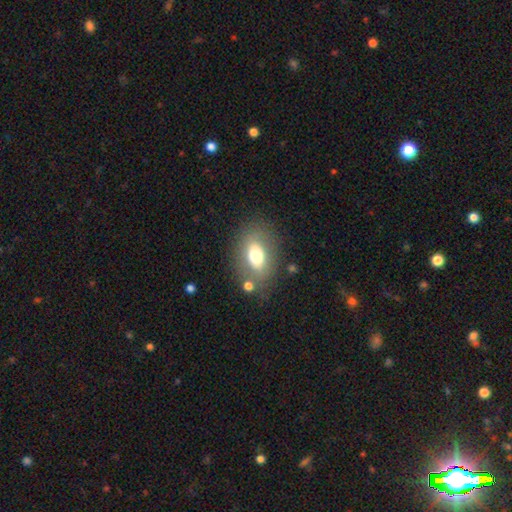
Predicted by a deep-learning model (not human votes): A smooth galaxy with no disk features (65%) that is in between round and cigar-shaped (81%).

Vote fractions:
- Smooth or featured? smooth: 65% / featured or disk: 25% / star or artifact: 10%
- How rounded? in between: 81% / round: 17% / cigar-shaped: 2%
- Merging? none: 74% / minor disturbance: 14% / major disturbance: 6% / merger: 6%